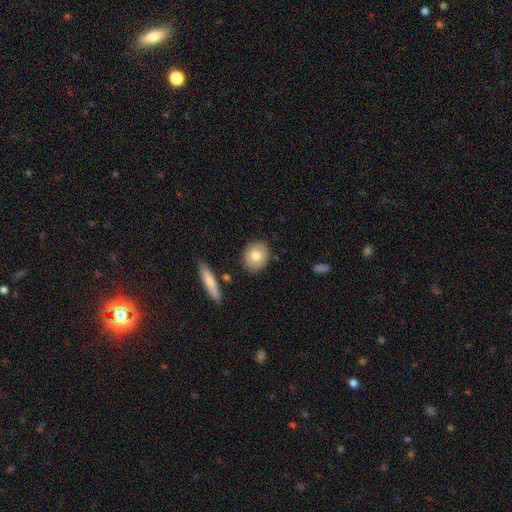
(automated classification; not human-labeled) Overall: smooth (74%). How rounded: round (65%; in between 33%). Merging: none (87%).